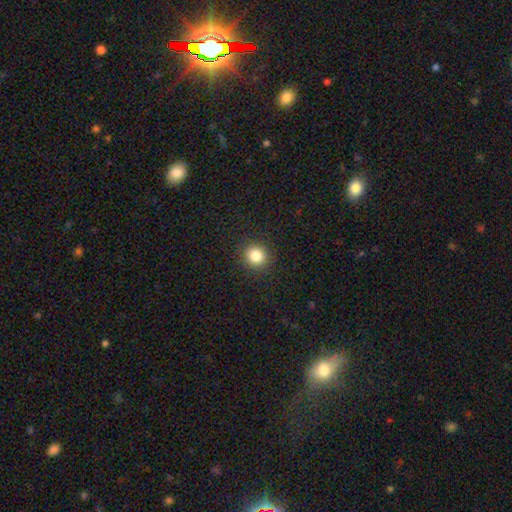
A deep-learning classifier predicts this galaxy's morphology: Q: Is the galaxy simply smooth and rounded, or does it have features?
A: smooth — 83%.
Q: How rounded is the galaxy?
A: round — 90%.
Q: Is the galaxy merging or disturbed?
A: none — 91%.